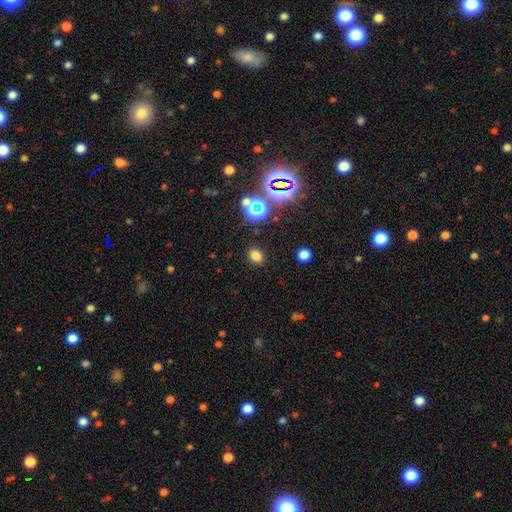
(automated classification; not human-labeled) Smooth or featured: smooth — 74% (star or artifact — 21%)
How rounded: round — 51% (in between — 48%)
Merging: none — 87% (minor disturbance — 8%)